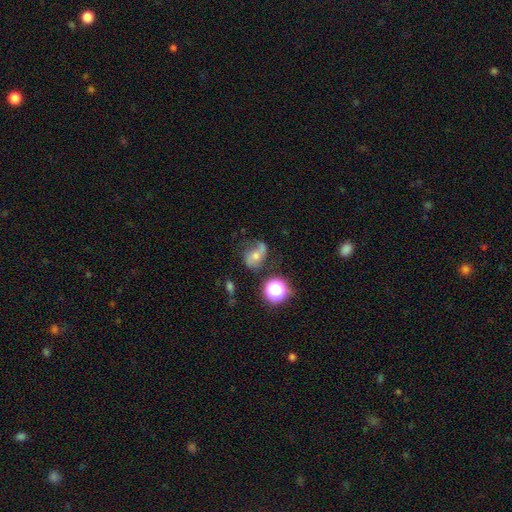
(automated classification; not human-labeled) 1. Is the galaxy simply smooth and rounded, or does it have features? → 50% featured or disk, 29% smooth, 21% star or artifact.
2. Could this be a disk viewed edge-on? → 96% no, 4% yes.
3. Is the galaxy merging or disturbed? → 51% none, 22% minor disturbance, 17% major disturbance, 10% merger.